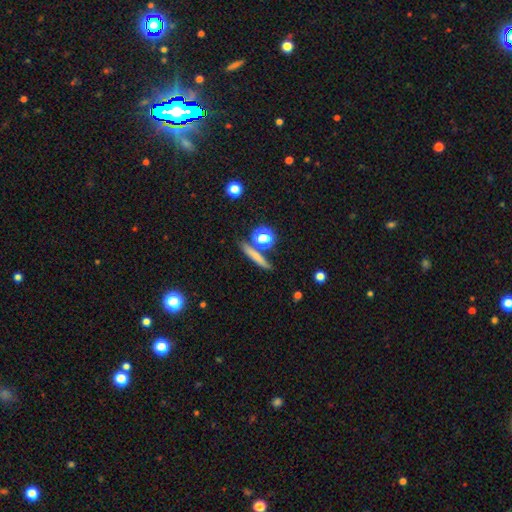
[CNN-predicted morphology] type=smooth (68%); roundness=cigar-shaped (76%); merging=none (77%).